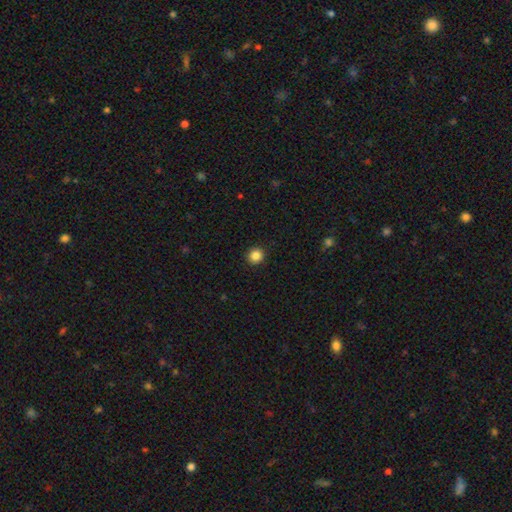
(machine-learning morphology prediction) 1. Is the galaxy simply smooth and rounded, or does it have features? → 86% smooth, 11% star or artifact, 4% featured or disk.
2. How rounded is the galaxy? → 92% round, 7% in between, 1% cigar-shaped.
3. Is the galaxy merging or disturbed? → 93% none, 5% minor disturbance, 2% major disturbance, 1% merger.